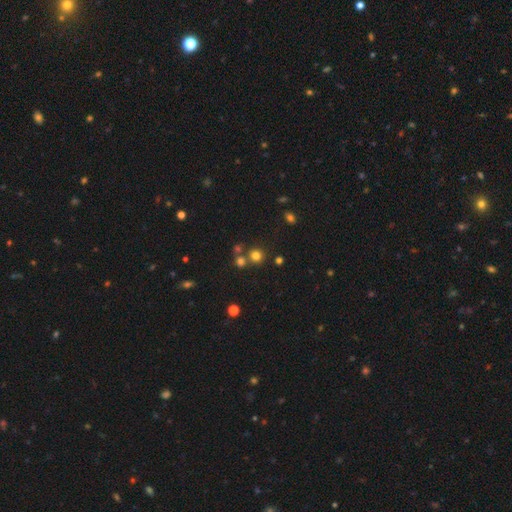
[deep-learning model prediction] The model was most divided on "smooth or featured": smooth: 73%, star or artifact: 20%, featured or disk: 7%. More confident: how rounded — round (92%); merging — none (72%).